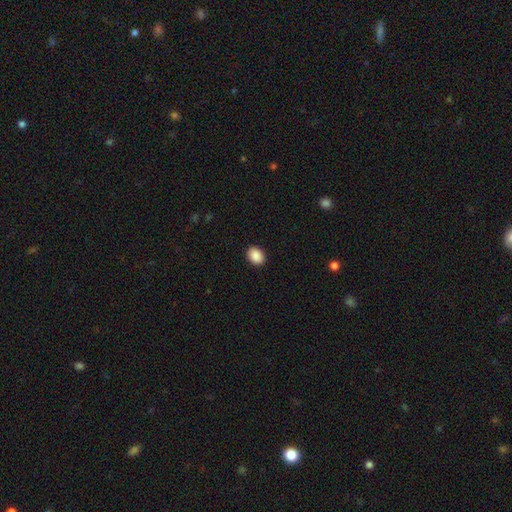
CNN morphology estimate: smooth 90%, star or artifact 8%, featured or disk 2%. Down the decision tree: how rounded — in between (65%); merging — none (91%).